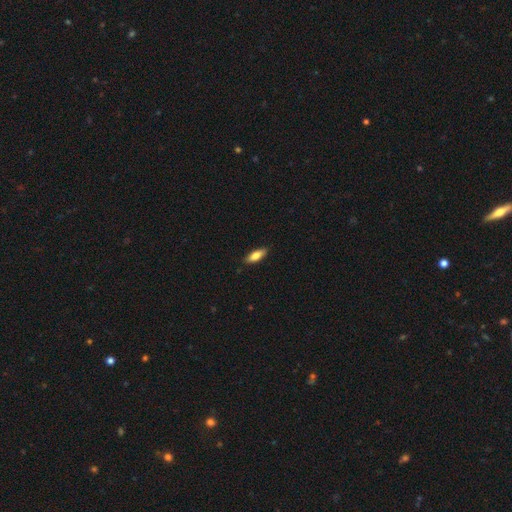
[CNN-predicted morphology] Smooth or featured: smooth — 80% (featured or disk — 14%)
How rounded: in between — 68% (cigar-shaped — 30%)
Merging: none — 86% (minor disturbance — 11%)